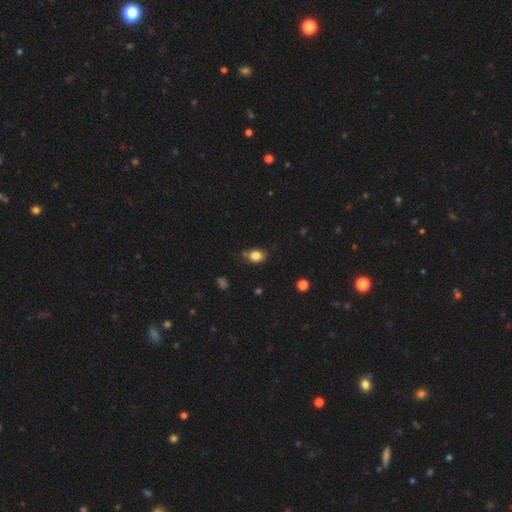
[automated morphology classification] This appears to be a smooth galaxy with no disk features (84%) that is in between round and cigar-shaped (63%). Merging: none (74%).